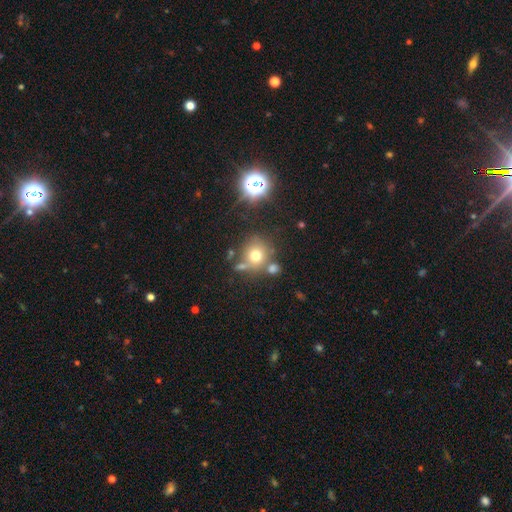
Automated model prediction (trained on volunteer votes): Q: Smooth or featured?
A: smooth (70%); runner-up: star or artifact (17%)
Q: How rounded?
A: round (86%); runner-up: in between (13%)
Q: Merging?
A: none (64%); runner-up: merger (17%)